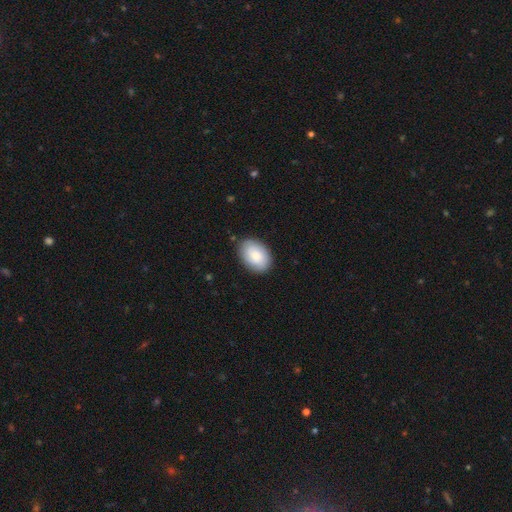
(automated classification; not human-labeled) The model was most divided on "smooth or featured": smooth: 75%, featured or disk: 18%, star or artifact: 6%. More confident: merging — none (85%); how rounded — in between (83%).